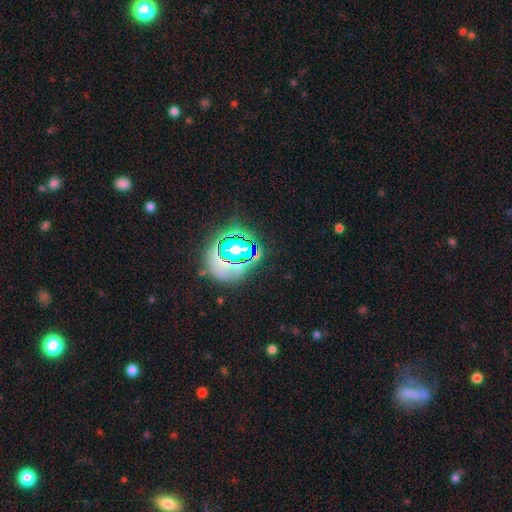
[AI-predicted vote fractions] star or artifact 65%, smooth 19%, featured or disk 16%.